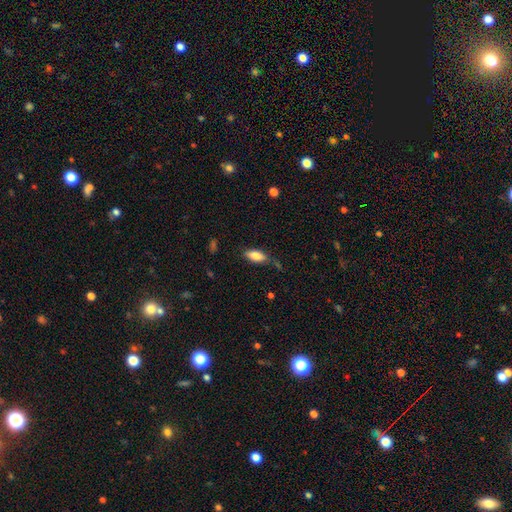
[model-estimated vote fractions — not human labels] Smooth or featured? Predicted: smooth (p=0.82). How rounded? Predicted: in between (p=0.83). Merging? Predicted: none (p=0.69).